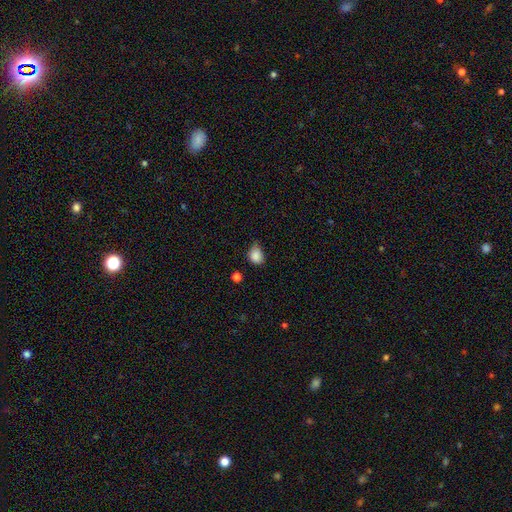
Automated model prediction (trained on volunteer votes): This appears to be a smooth galaxy with no disk features (85%) that is round (50%). Merging: none (45%).